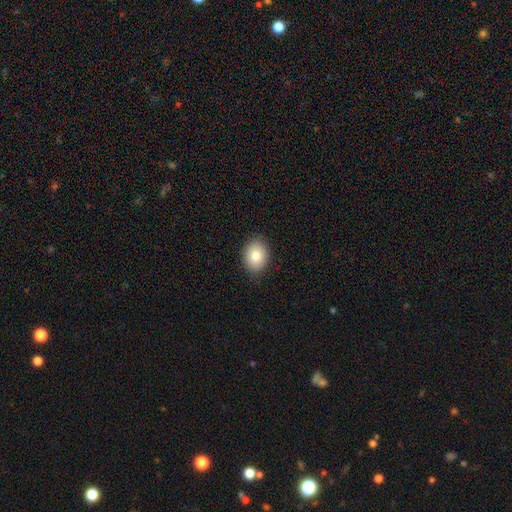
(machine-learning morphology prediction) Smooth or featured: smooth — 81% (featured or disk — 10%)
How rounded: in between — 58% (round — 42%)
Merging: none — 87% (minor disturbance — 10%)